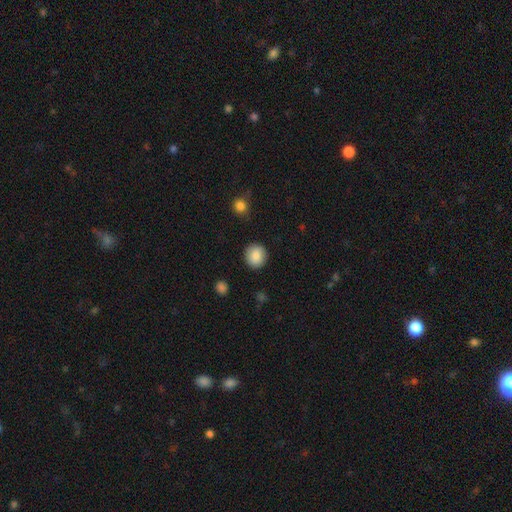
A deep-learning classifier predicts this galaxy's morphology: Smooth or featured: smooth — 87% (star or artifact — 8%)
How rounded: round — 88% (in between — 11%)
Merging: none — 90% (minor disturbance — 7%)